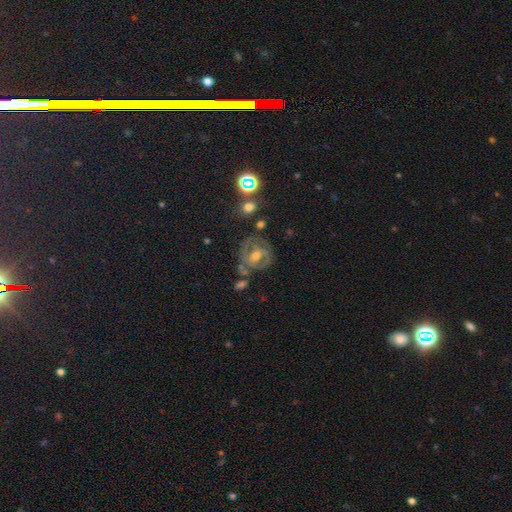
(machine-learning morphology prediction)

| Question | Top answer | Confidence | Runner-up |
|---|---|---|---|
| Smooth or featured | featured or disk | 73% | smooth (18%) |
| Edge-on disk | no | 96% | yes (4%) |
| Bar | weak | 45% | no (30%) |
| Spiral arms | yes | 78% | no (22%) |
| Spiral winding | tight | 47% | medium (40%) |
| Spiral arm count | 2 | 61% | can't tell (23%) |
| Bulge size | moderate | 62% | small (29%) |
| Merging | none | 61% | minor disturbance (19%) |